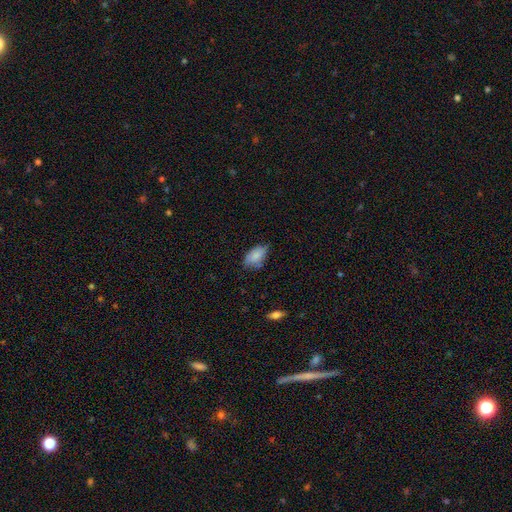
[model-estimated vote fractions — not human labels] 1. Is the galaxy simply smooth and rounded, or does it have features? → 78% smooth, 14% featured or disk, 8% star or artifact.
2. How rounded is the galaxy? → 91% in between, 5% round, 4% cigar-shaped.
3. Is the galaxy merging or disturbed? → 55% none, 35% minor disturbance, 7% major disturbance, 2% merger.